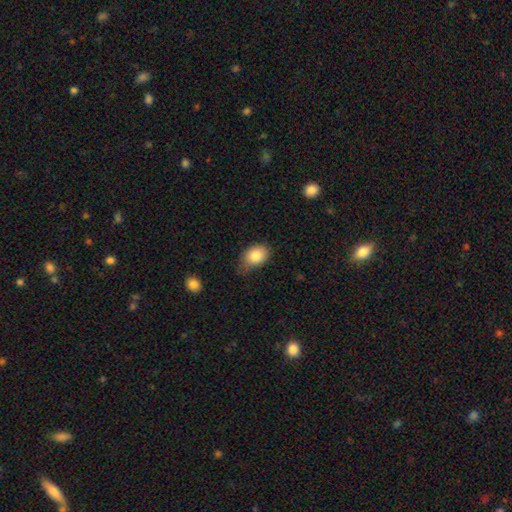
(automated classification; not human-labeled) Smooth or featured? Predicted: smooth (p=0.83). How rounded? Predicted: in between (p=0.75). Merging? Predicted: none (p=0.57).